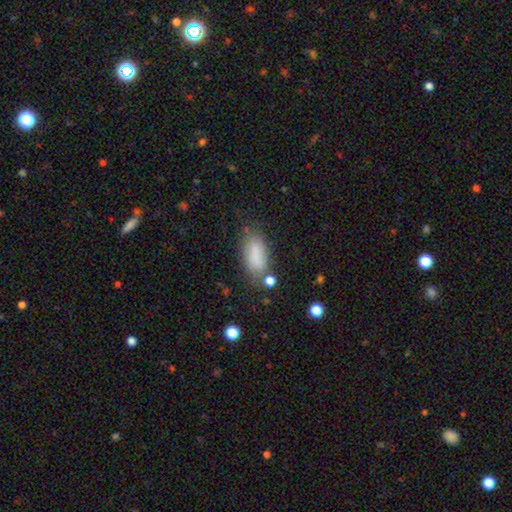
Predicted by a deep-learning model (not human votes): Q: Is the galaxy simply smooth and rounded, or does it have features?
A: smooth — 83%.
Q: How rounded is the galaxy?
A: in between — 86%.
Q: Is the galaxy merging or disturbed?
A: none — 64%.